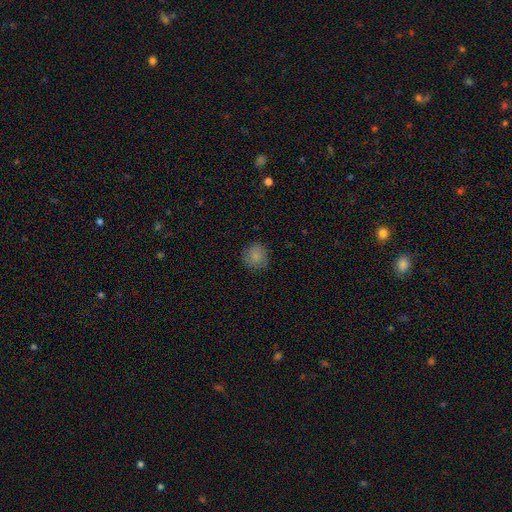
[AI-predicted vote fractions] Morphology: type=smooth (82%); roundness=round (88%); merging=none (80%).